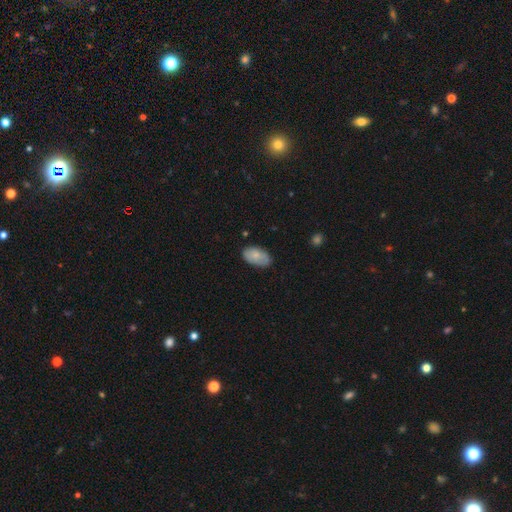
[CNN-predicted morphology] Overall: smooth (76%). How rounded: in between (94%). Merging: none (73%).